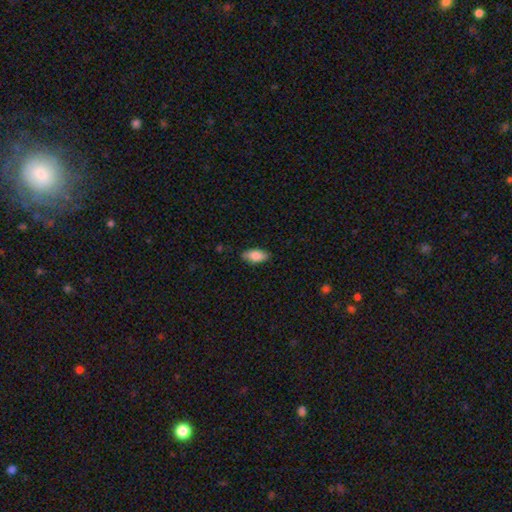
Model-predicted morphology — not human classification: smooth-or-featured: smooth: 84% | featured or disk: 9% | star or artifact: 6%
  how-rounded: in between: 91% | cigar-shaped: 7% | round: 2%
  merging: none: 85% | minor disturbance: 11% | major disturbance: 2% | merger: 1%